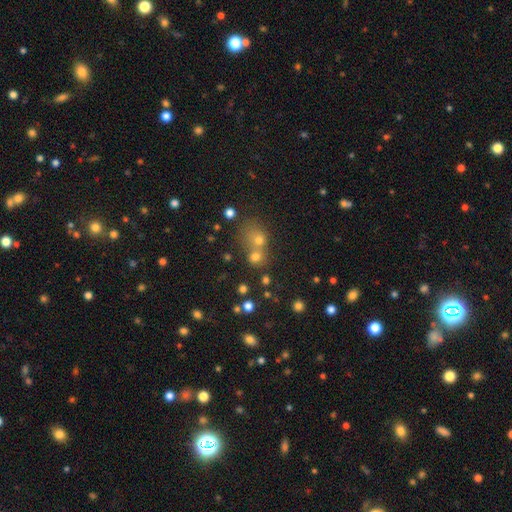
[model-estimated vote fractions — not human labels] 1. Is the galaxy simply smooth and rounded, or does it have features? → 58% smooth, 28% star or artifact, 13% featured or disk.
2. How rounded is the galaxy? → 76% round, 23% in between, 1% cigar-shaped.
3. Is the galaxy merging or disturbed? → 45% merger, 44% none, 7% minor disturbance, 4% major disturbance.